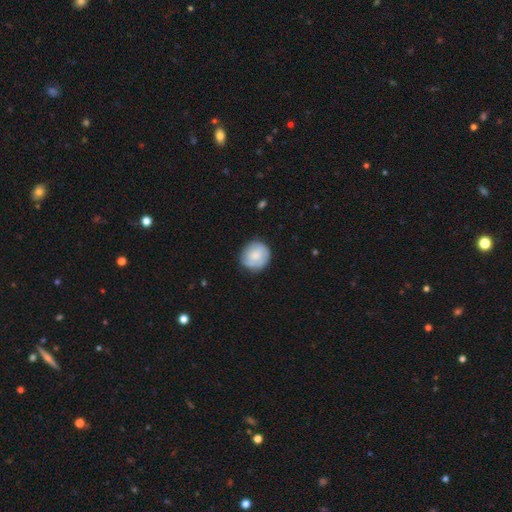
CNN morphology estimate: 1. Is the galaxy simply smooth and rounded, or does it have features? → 65% smooth, 28% featured or disk, 7% star or artifact.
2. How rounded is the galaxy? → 89% round, 10% in between, 1% cigar-shaped.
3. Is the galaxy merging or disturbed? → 75% none, 18% minor disturbance, 5% major disturbance, 2% merger.